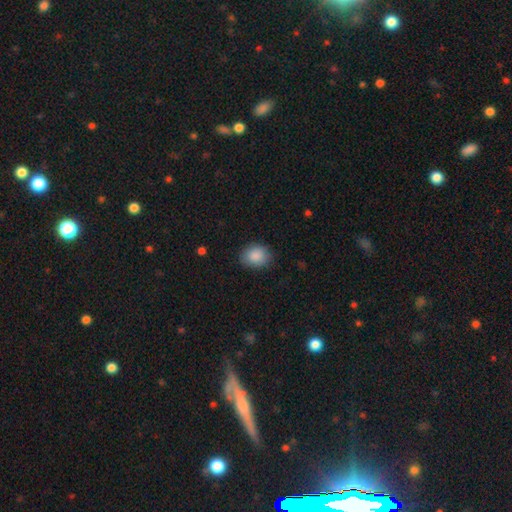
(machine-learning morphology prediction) smooth_or_featured: smooth (p=0.89) [alt: star or artifact p=0.08]
how_rounded: in between (p=0.54) [alt: round p=0.45]
merging: none (p=0.84) [alt: minor disturbance p=0.12]